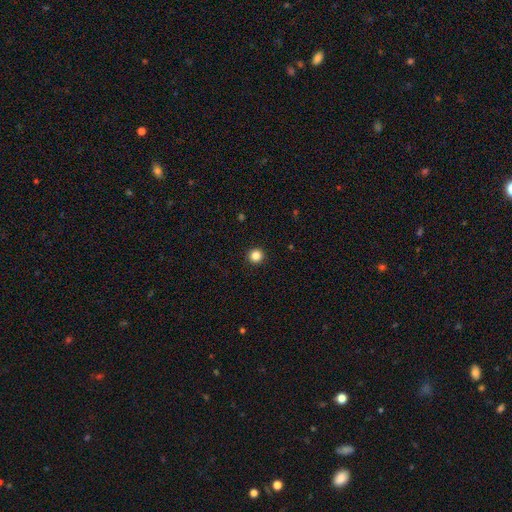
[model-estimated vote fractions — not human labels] This is clearly a smooth galaxy (85%). How rounded: clearly round (96%). Merging: clearly none (94%).